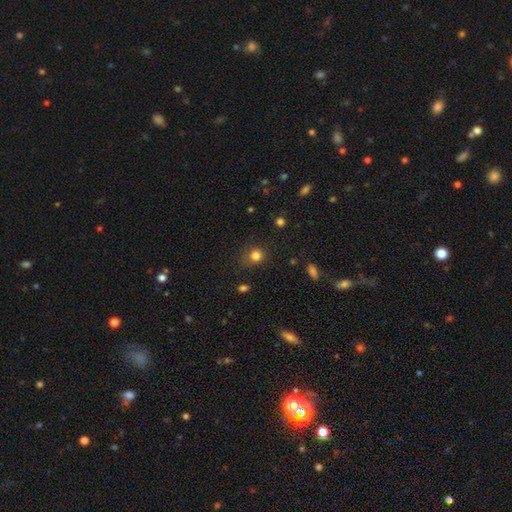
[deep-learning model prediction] smooth 81%, star or artifact 14%, featured or disk 5%. Down the decision tree: how rounded — round (81%); merging — none (71%).